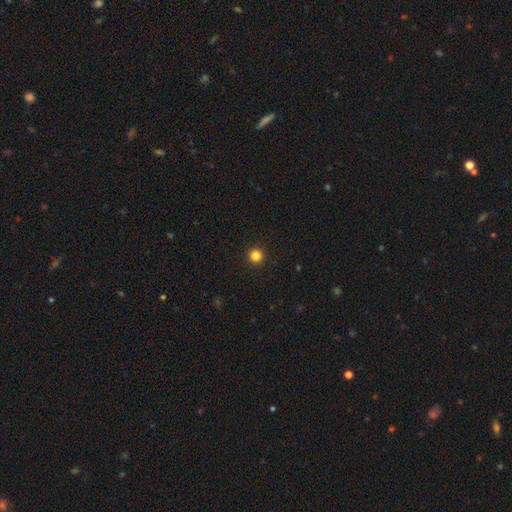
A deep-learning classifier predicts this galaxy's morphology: smooth_or_featured: smooth (p=0.83) [alt: star or artifact p=0.13]
how_rounded: round (p=0.96) [alt: in between p=0.03]
merging: none (p=0.94) [alt: minor disturbance p=0.04]